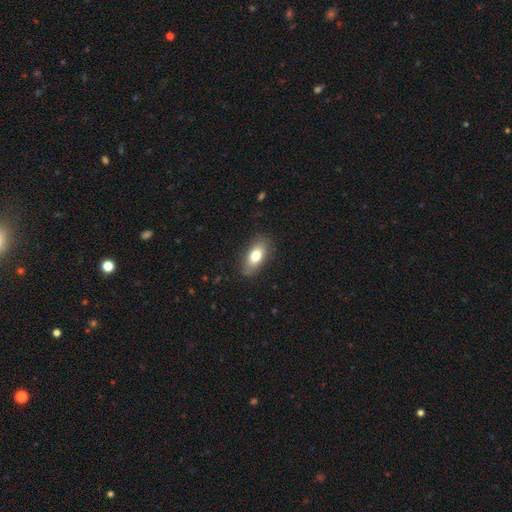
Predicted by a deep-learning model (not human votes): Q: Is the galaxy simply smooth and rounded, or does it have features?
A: smooth — 76%.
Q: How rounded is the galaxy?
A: in between — 87%.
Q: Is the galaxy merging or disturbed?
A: none — 83%.